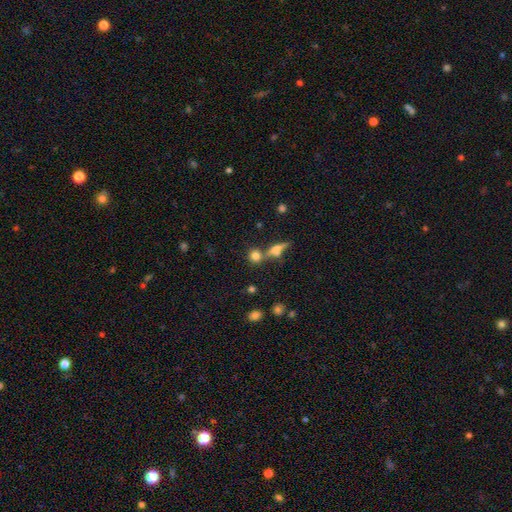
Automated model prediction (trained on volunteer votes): Q: Smooth or featured?
A: smooth (75%); runner-up: star or artifact (13%)
Q: How rounded?
A: round (81%); runner-up: in between (14%)
Q: Merging?
A: none (59%); runner-up: merger (27%)